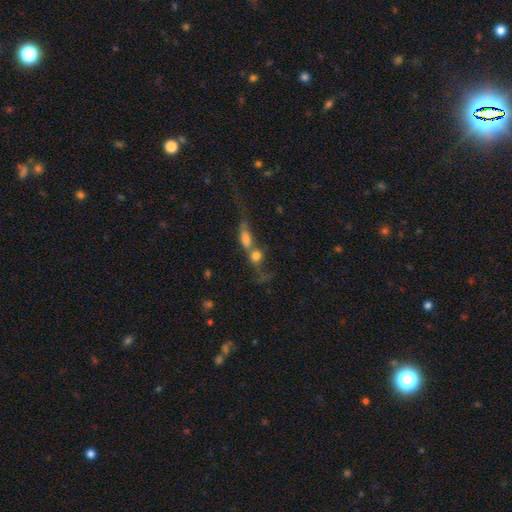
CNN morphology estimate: smooth-or-featured: smooth: 66% | featured or disk: 22% | star or artifact: 13%
  how-rounded: round: 46% | in between: 43% | cigar-shaped: 11%
  merging: merger: 67% | none: 16% | major disturbance: 10% | minor disturbance: 6%